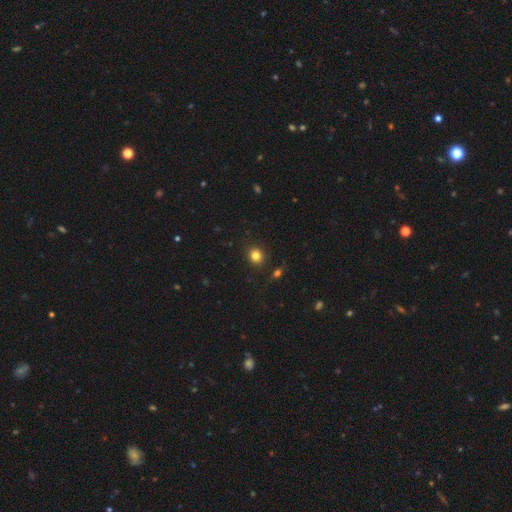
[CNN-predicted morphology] type=smooth (82%); roundness=round (78%); merging=none (88%).